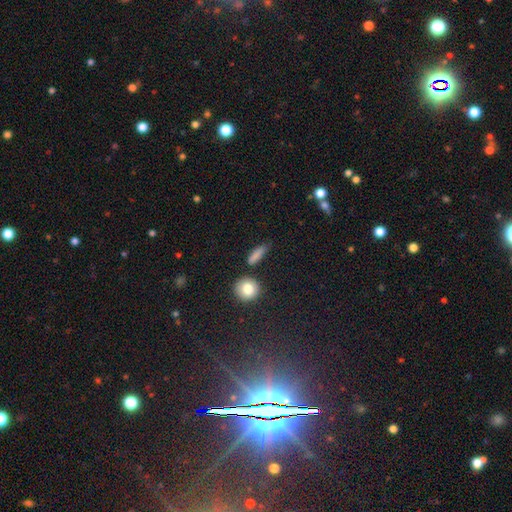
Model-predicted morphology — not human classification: Smooth or featured? smooth (75%)
How rounded? cigar-shaped (54%)
Merging? none (78%)